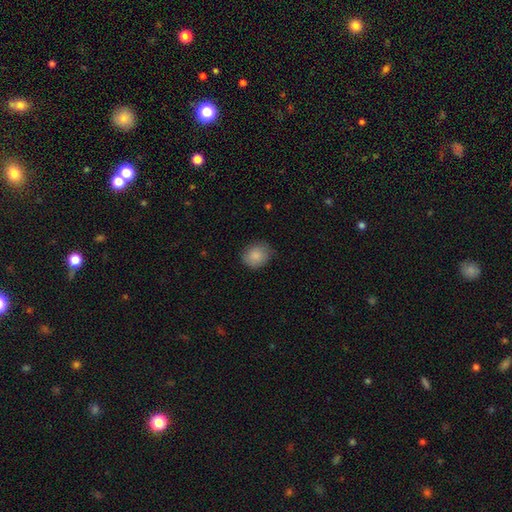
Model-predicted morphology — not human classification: smooth_or_featured: smooth (p=0.86) [alt: star or artifact p=0.08]
how_rounded: round (p=0.70) [alt: in between p=0.29]
merging: none (p=0.77) [alt: minor disturbance p=0.19]